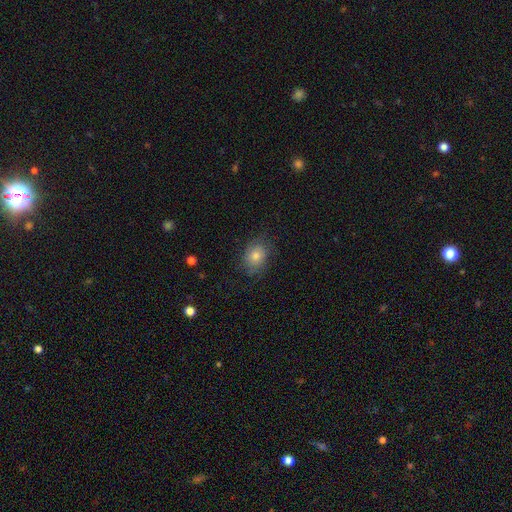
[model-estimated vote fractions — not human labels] Smooth or featured? Predicted: smooth (p=0.69). How rounded? Predicted: round (p=0.50). Merging? Predicted: none (p=0.75).